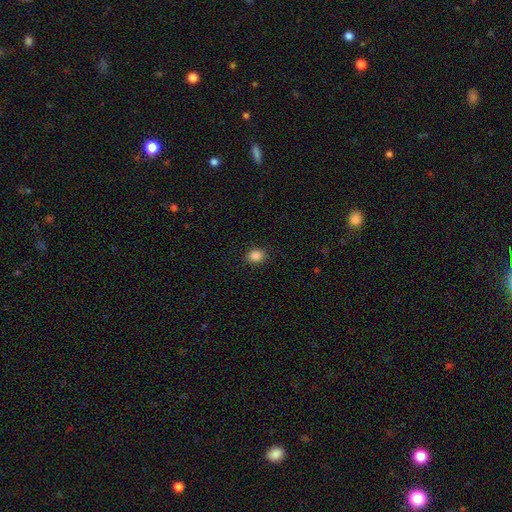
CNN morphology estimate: Smooth or featured: smooth — 86% (star or artifact — 10%)
How rounded: in between — 54% (round — 45%)
Merging: none — 90% (minor disturbance — 7%)